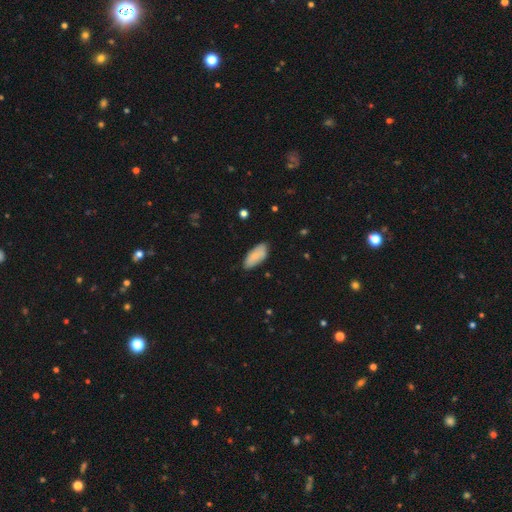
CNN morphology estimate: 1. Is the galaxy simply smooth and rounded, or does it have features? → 81% smooth, 13% featured or disk, 6% star or artifact.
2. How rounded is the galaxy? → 87% in between, 12% cigar-shaped, 2% round.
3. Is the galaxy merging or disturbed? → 79% none, 16% minor disturbance, 3% major disturbance, 2% merger.